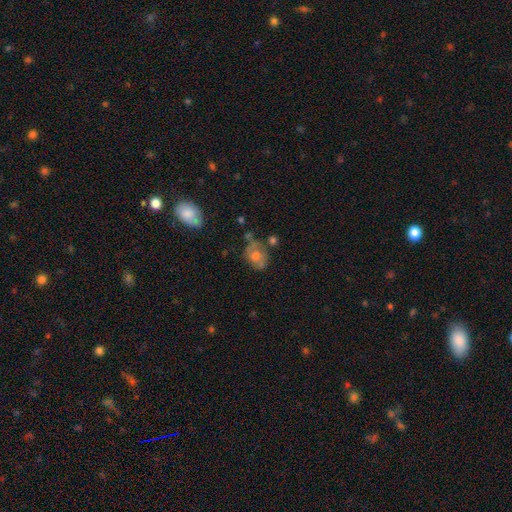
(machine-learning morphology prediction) smooth 45%, featured or disk 41%, star or artifact 14%. Down the decision tree: merging — none (51%).